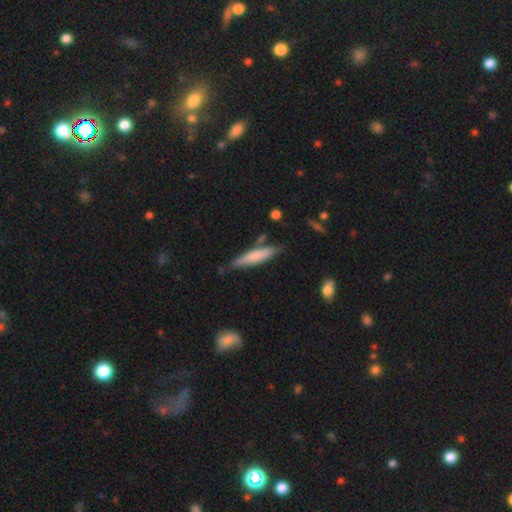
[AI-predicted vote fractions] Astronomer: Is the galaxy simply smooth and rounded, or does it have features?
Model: smooth — 69%.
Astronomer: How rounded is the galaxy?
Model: cigar-shaped — 86%.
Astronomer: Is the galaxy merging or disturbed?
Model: none — 74%.